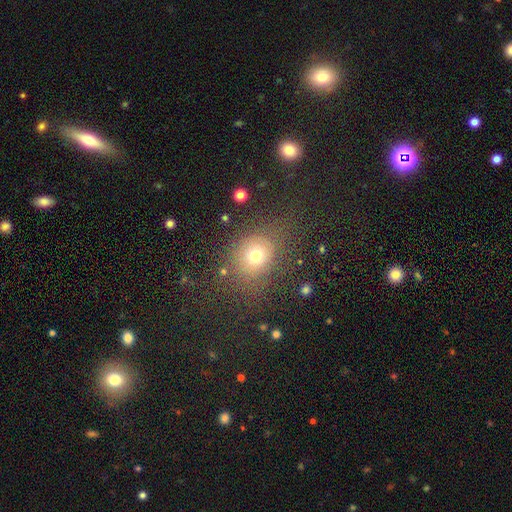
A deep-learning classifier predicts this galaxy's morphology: Q: Smooth or featured?
A: smooth (72%); runner-up: star or artifact (17%)
Q: How rounded?
A: round (62%); runner-up: in between (36%)
Q: Merging?
A: none (68%); runner-up: minor disturbance (16%)